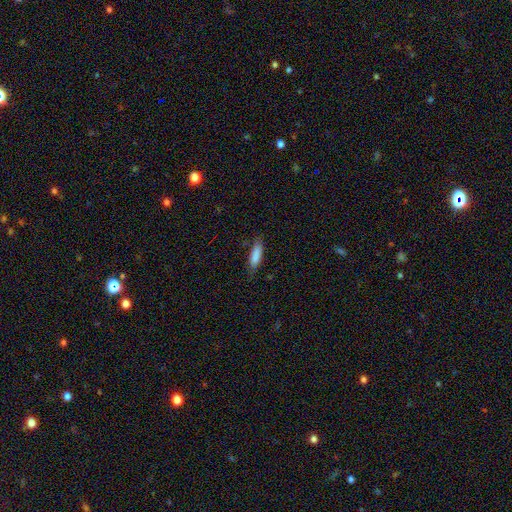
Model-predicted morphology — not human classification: smooth 85%, featured or disk 9%, star or artifact 6%. Down the decision tree: how rounded — cigar-shaped (56%); merging — none (75%).